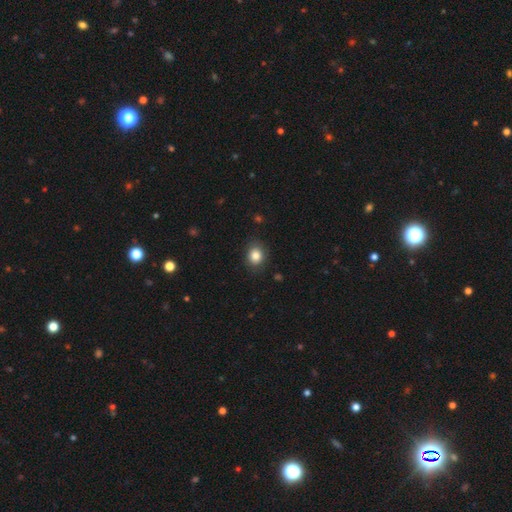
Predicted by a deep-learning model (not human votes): Morphology: type=smooth (83%); roundness=round (62%); merging=none (84%).